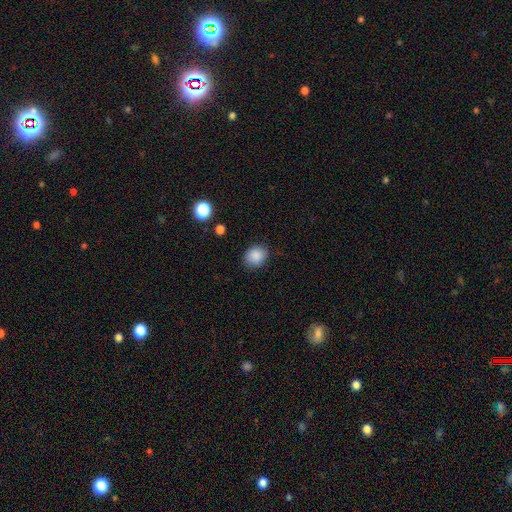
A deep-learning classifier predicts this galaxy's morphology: Overall: smooth (87%). How rounded: round (61%; in between 38%). Merging: none (83%).